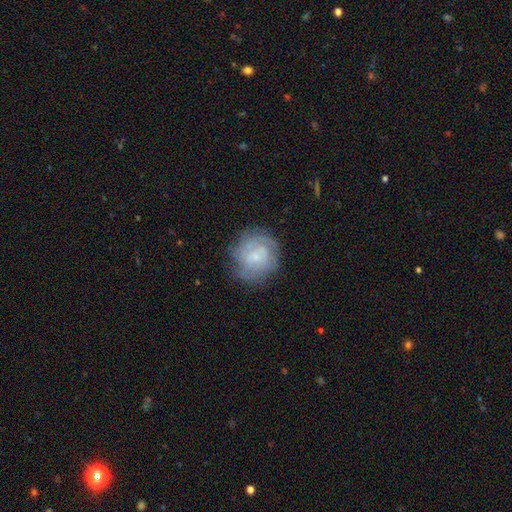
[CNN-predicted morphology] Smooth or featured? featured or disk (58%)
Edge-on disk? no (98%)
Bar? no (63%)
Spiral arms? yes (77%)
Bulge size? small (62%)
Merging? none (73%)